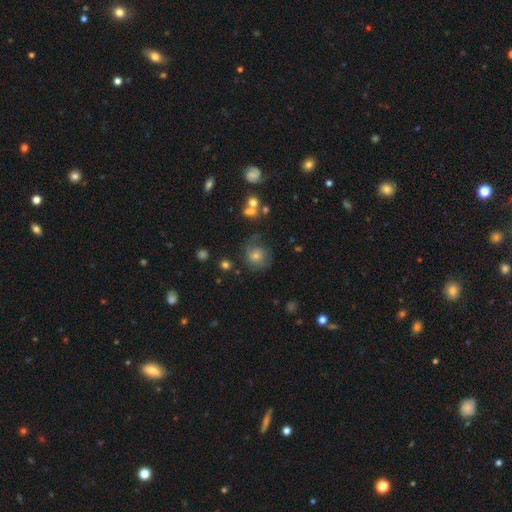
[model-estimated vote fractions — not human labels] Overall: smooth (44%; featured or disk 36%). Merging: none (68%).